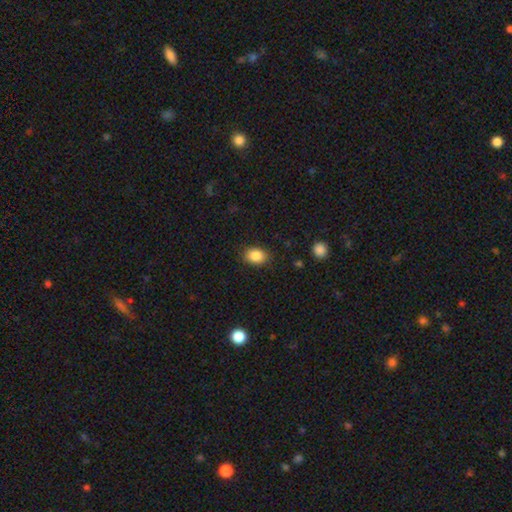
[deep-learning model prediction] A smooth galaxy with no disk features (87%) that is in between round and cigar-shaped (67%). Merging: none (85%).